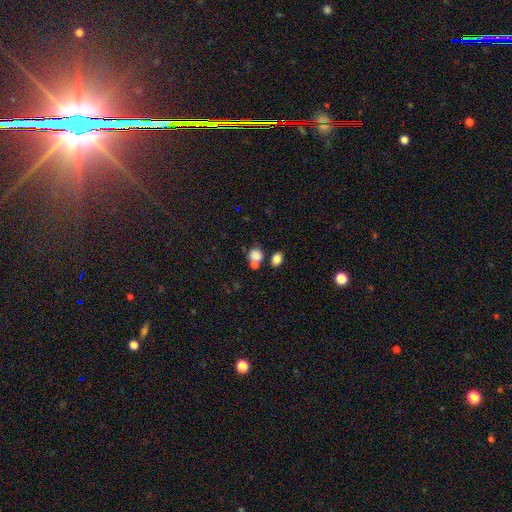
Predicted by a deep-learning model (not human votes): A smooth galaxy with no disk features (80%) that is round (59%).

Vote fractions:
- Smooth or featured? smooth: 80% / star or artifact: 12% / featured or disk: 8%
- How rounded? round: 59% / in between: 39% / cigar-shaped: 1%
- Merging? none: 44% / merger: 39% / minor disturbance: 11% / major disturbance: 6%